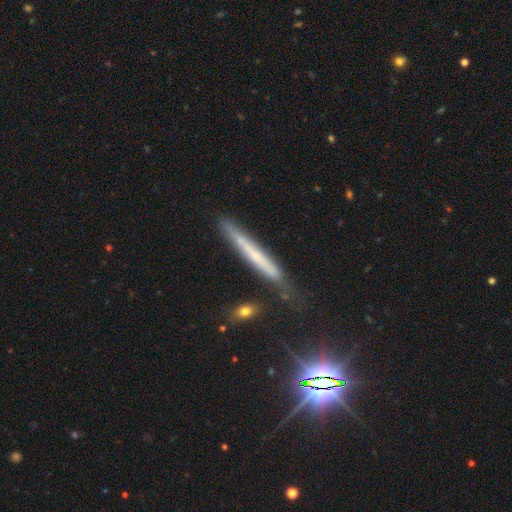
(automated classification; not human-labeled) This is possibly a featured or disk galaxy (51%). It is clearly viewed edge-on (90%). Merging: likely none (76%).